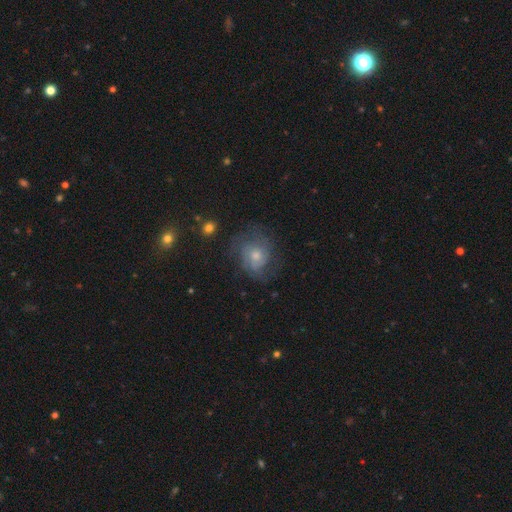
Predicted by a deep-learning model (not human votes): The model was most divided on "spiral winding": tight: 44%, medium: 40%, loose: 16%. Remaining: edge-on disk — no (97%); spiral arms — yes (87%); bar — no (75%); merging — none (66%); smooth or featured — featured or disk (63%); bulge size — moderate (51%); spiral arm count — can't tell (39%).